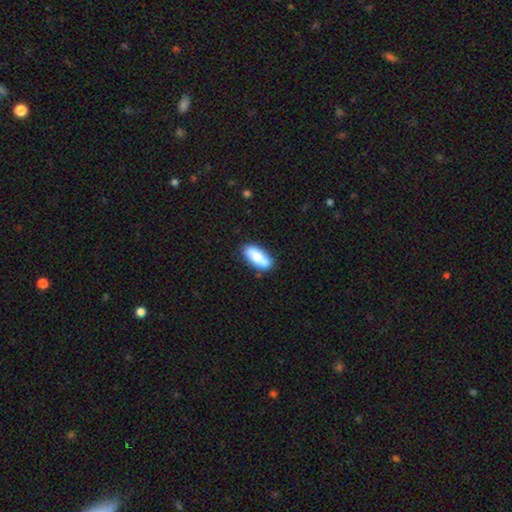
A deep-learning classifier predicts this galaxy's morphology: Overall: smooth (76%). How rounded: in between (81%). Merging: none (66%).